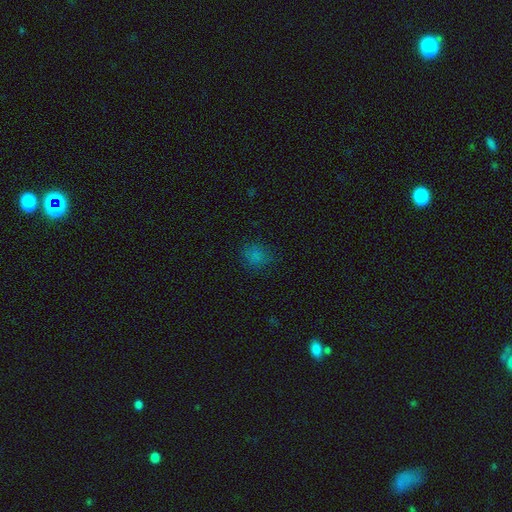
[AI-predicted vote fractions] Smooth or featured: smooth — 76% (star or artifact — 19%)
How rounded: round — 74% (in between — 25%)
Merging: none — 78% (minor disturbance — 15%)